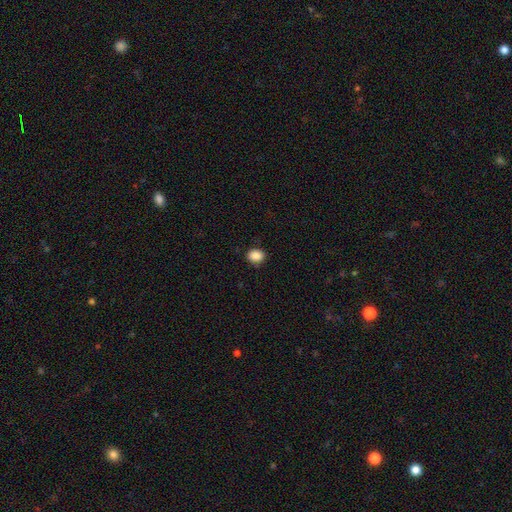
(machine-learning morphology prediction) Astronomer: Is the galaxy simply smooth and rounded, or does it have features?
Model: smooth — 88%.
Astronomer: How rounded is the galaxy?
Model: round — 54% (runner-up: in between, 45%).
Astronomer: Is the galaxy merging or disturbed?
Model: none — 86%.